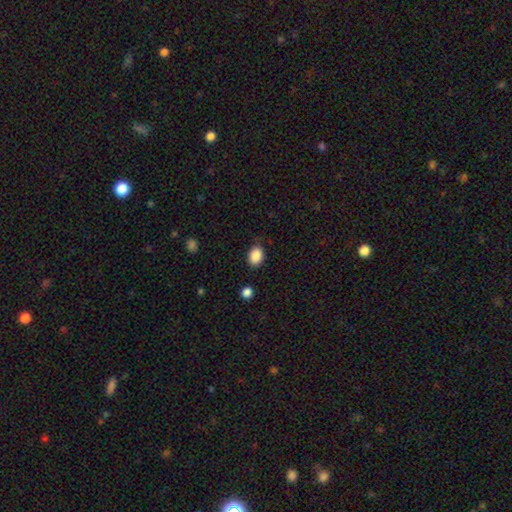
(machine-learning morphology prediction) smooth_or_featured: smooth (p=0.88) [alt: star or artifact p=0.08]
how_rounded: in between (p=0.71) [alt: round p=0.28]
merging: none (p=0.79) [alt: minor disturbance p=0.16]